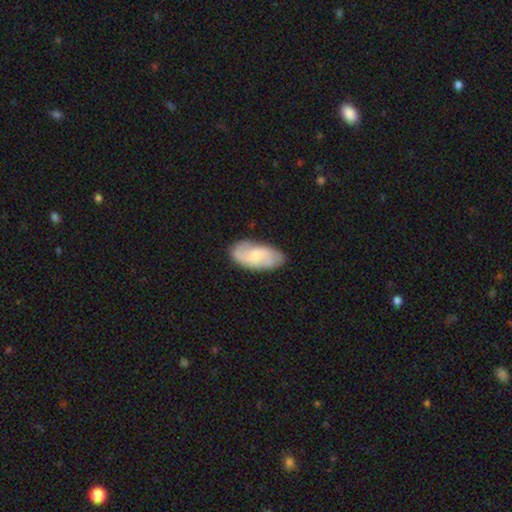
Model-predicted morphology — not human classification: The model was most divided on "smooth or featured": featured or disk: 49%, smooth: 45%, star or artifact: 6%. More confident: merging — none (80%).